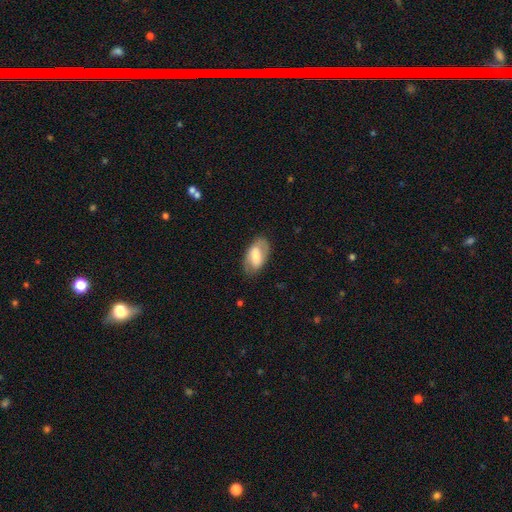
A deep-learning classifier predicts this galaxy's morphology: The model was most divided on "smooth or featured": featured or disk: 50%, smooth: 44%, star or artifact: 6%. More confident: edge-on disk — no (93%); merging — none (77%).